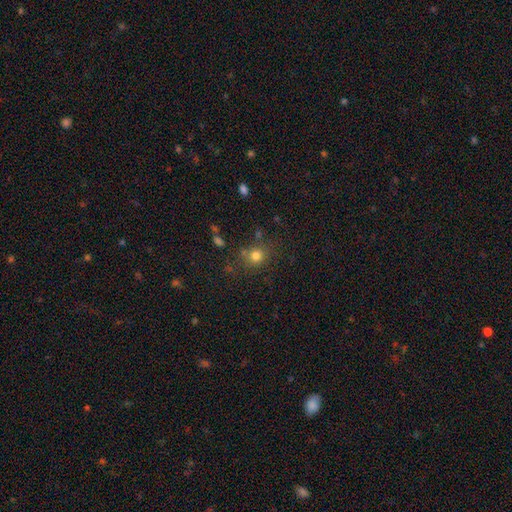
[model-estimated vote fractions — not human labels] Smooth or featured? smooth (77%)
How rounded? round (82%)
Merging? none (75%)